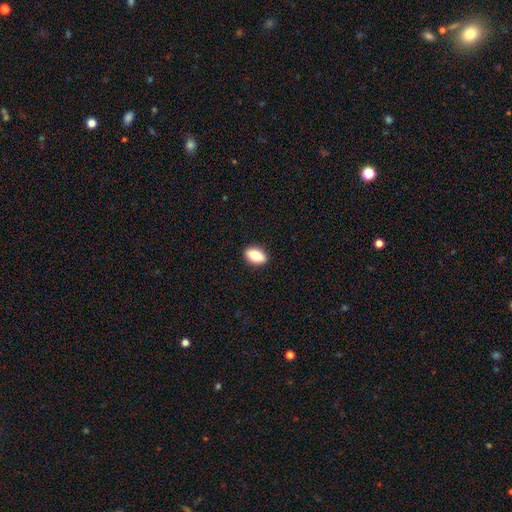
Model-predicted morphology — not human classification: Q: Smooth or featured?
A: smooth (81%); runner-up: featured or disk (12%)
Q: How rounded?
A: in between (88%); runner-up: round (8%)
Q: Merging?
A: none (90%); runner-up: minor disturbance (7%)